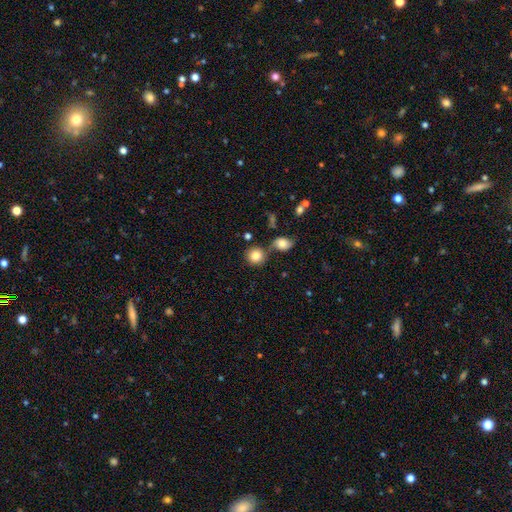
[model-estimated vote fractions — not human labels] smooth-or-featured: smooth: 83% | star or artifact: 9% | featured or disk: 8%
  how-rounded: round: 88% | in between: 11% | cigar-shaped: 1%
  merging: none: 69% | merger: 18% | minor disturbance: 10% | major disturbance: 3%